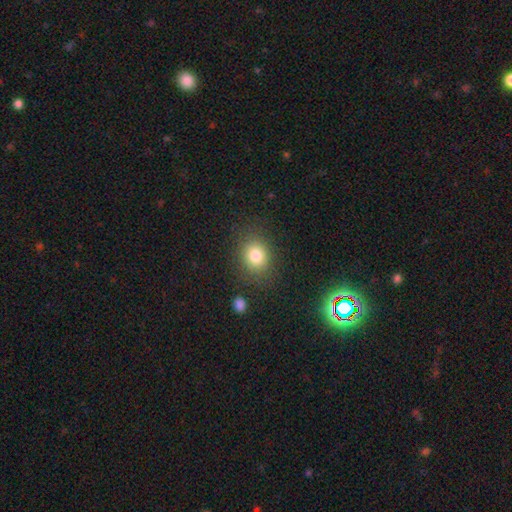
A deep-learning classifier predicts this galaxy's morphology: smooth 81%, star or artifact 11%, featured or disk 8%. Down the decision tree: how rounded — round (64%); merging — none (82%).